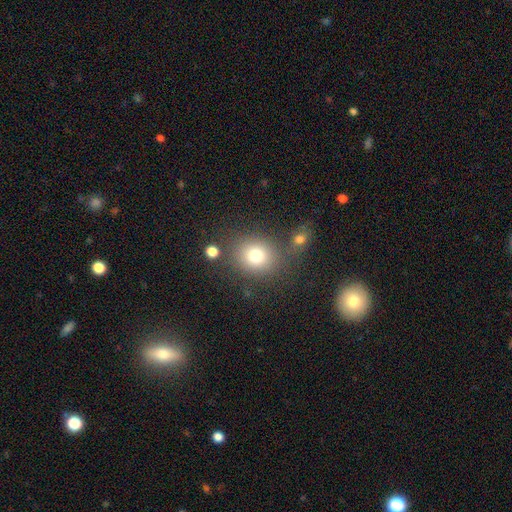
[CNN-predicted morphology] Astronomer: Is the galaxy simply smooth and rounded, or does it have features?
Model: smooth — 79%.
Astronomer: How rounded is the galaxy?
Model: round — 76%.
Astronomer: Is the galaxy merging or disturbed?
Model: none — 74%.